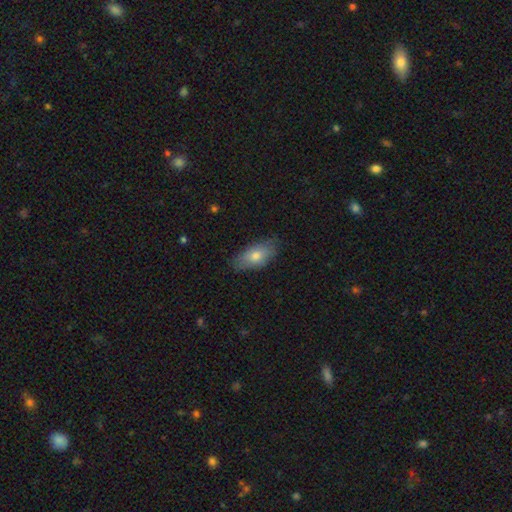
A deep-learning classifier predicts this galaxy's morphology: This appears to be a smooth galaxy with no disk features (73%) that is in between round and cigar-shaped (89%). Merging: none (78%).